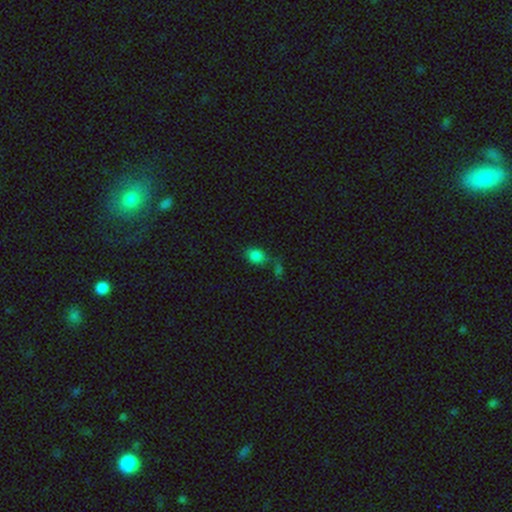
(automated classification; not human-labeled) This is clearly a smooth galaxy (82%). How rounded: possibly in between (52%). Merging: possibly none (53%).